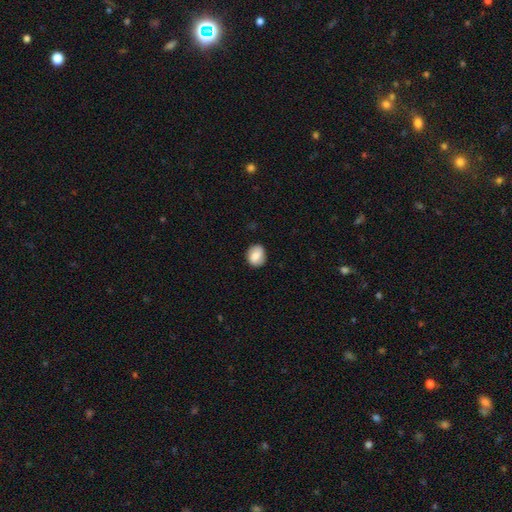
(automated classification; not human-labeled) smooth_or_featured: smooth (p=0.73) [alt: featured or disk p=0.19]
how_rounded: round (p=0.63) [alt: in between p=0.36]
merging: none (p=0.84) [alt: minor disturbance p=0.12]